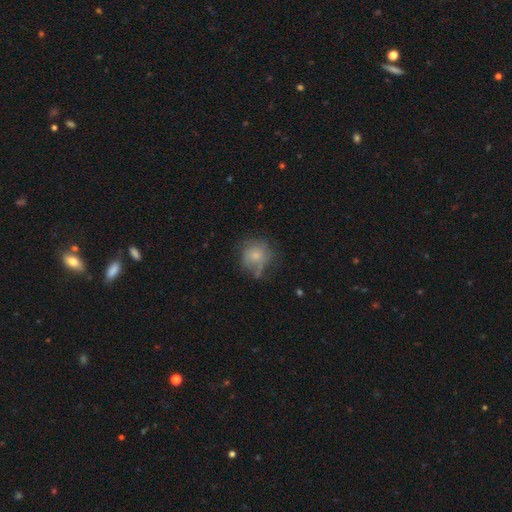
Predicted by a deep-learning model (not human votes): smooth 59%, featured or disk 31%, star or artifact 9%. Down the decision tree: how rounded — round (80%); merging — none (48%).